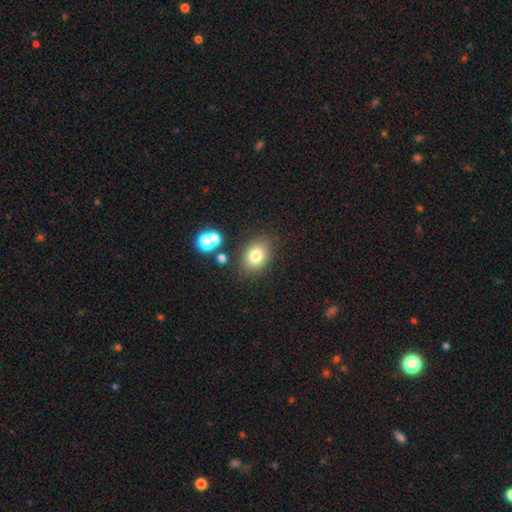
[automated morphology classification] type=smooth (79%); roundness=in between (67%); merging=none (80%).